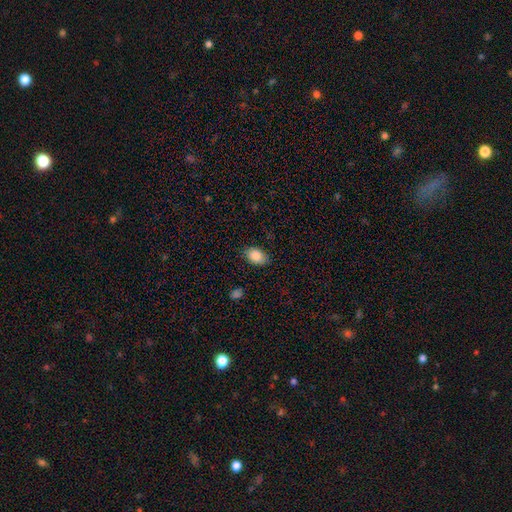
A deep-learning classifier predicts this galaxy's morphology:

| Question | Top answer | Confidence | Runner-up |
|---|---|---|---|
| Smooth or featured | smooth | 87% | star or artifact (7%) |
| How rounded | in between | 85% | round (14%) |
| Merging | none | 84% | minor disturbance (12%) |